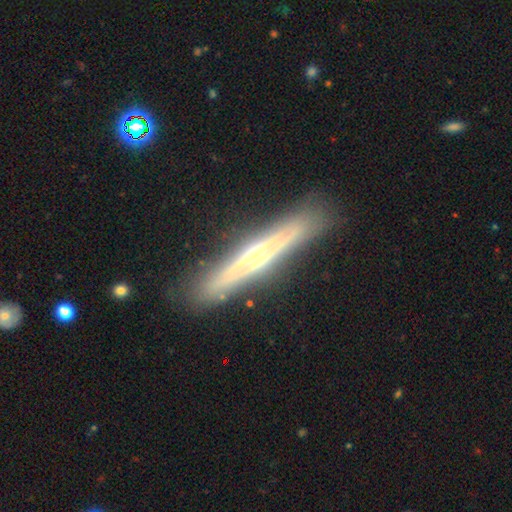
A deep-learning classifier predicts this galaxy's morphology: Smooth or featured?
  - featured or disk: 72% *
  - smooth: 20%
  - star or artifact: 7%
Edge-on disk?
  - yes: 91% *
  - no: 9%
Edge-on bulge?
  - rounded: 50% *
  - none: 41%
  - boxy: 10%
Merging?
  - none: 85% *
  - minor disturbance: 11%
  - major disturbance: 3%
  - merger: 2%